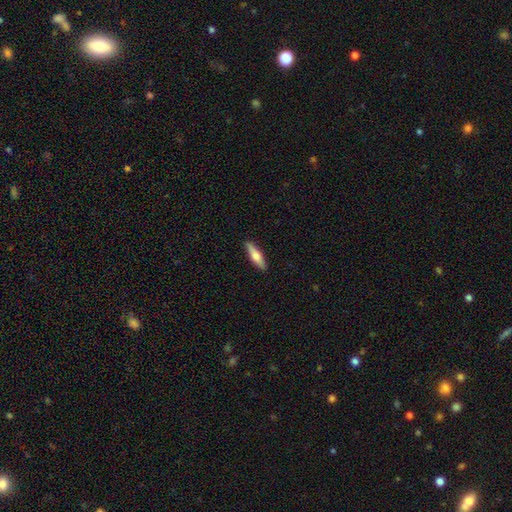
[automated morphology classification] Smooth or featured? smooth (61%)
How rounded? cigar-shaped (68%)
Merging? none (90%)